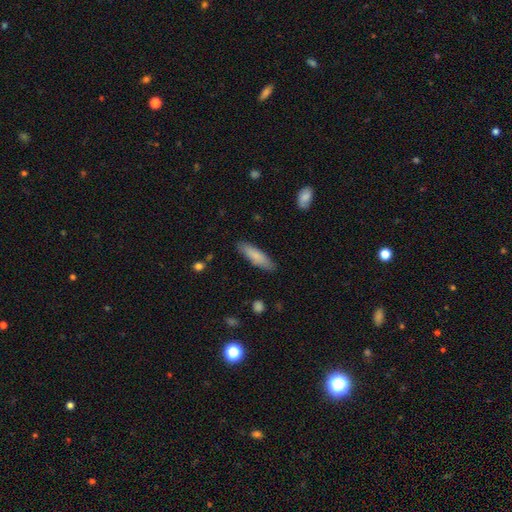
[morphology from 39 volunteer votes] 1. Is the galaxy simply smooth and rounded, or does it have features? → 77% smooth, 15% featured or disk, 8% star or artifact.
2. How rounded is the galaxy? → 73% cigar-shaped, 27% in between, 0% round.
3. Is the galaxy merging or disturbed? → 89% none, 6% major disturbance, 3% minor disturbance, 3% merger.